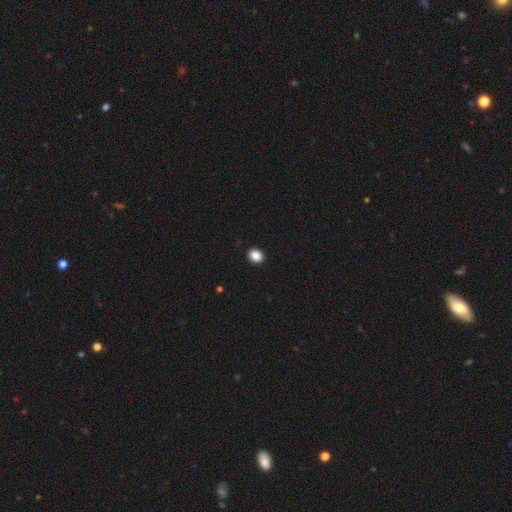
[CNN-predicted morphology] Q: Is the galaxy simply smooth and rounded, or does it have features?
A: smooth — 87%.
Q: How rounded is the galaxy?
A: round — 62%.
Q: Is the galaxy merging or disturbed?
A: none — 92%.